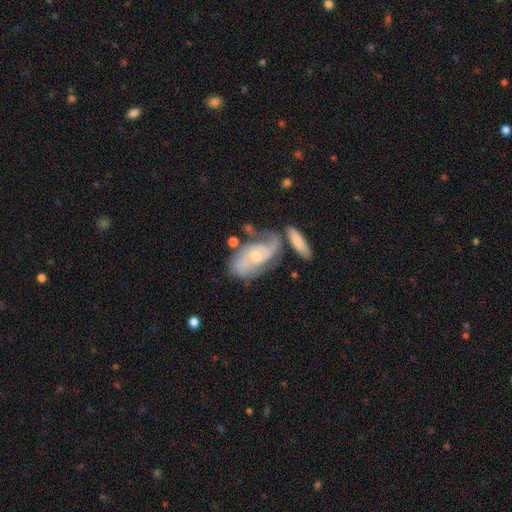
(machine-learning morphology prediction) A featured or disk galaxy (78%) with no bar (63%), 2 (53%) medium (41%) spiral arms (91%) and a small central bulge (58%). Merging: none (40%).